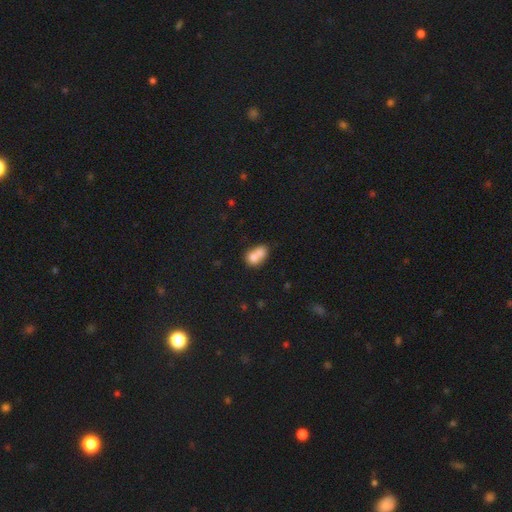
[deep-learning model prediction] This appears to be a smooth galaxy with no disk features (72%) that is in between round and cigar-shaped (52%). Merging: merger (68%).